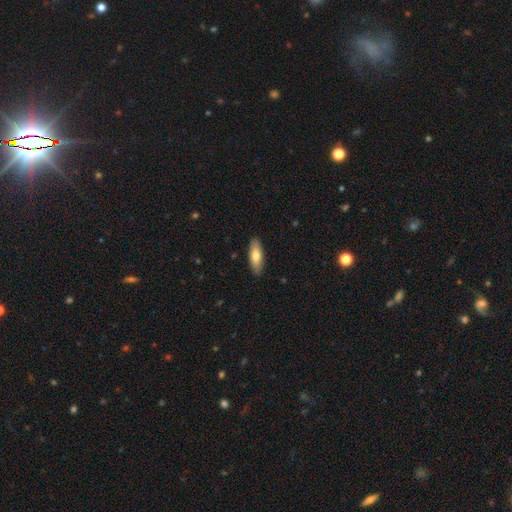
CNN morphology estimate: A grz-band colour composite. It shows a smooth galaxy with no disk features (74%) that is in between round and cigar-shaped (62%). Merging: none (88%).